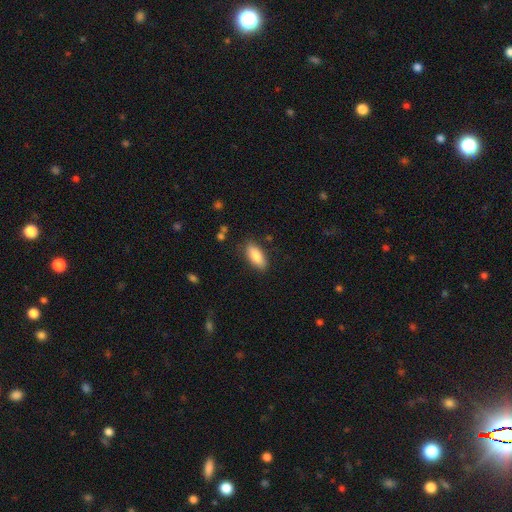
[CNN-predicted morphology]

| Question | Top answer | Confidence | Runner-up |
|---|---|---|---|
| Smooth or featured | smooth | 86% | featured or disk (8%) |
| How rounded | in between | 84% | cigar-shaped (14%) |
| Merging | none | 82% | minor disturbance (13%) |